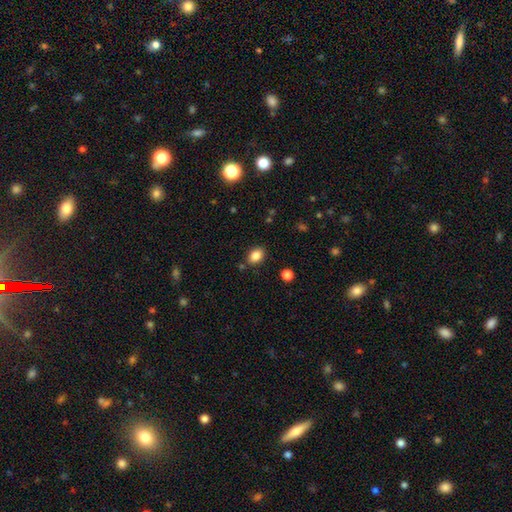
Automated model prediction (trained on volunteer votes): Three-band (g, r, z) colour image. It shows a smooth galaxy with no disk features (85%) that is in between round and cigar-shaped (71%). Merging: none (83%).